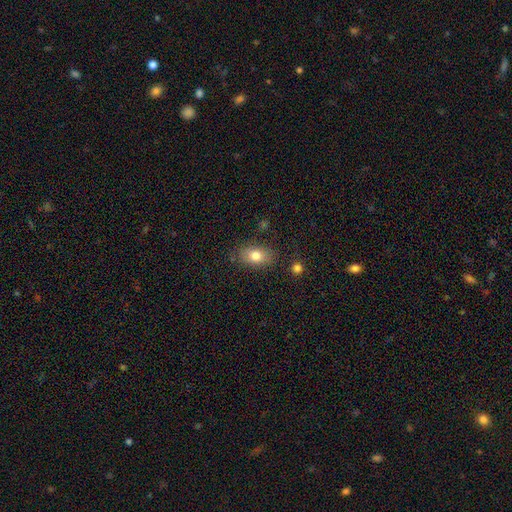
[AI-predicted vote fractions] This appears to be a smooth galaxy with no disk features (79%) that is in between round and cigar-shaped (84%). Merging: none (81%).